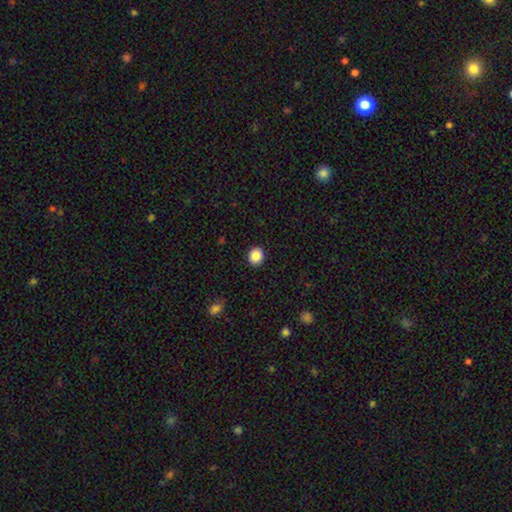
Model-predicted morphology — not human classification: Q: Smooth or featured?
A: smooth (88%); runner-up: star or artifact (9%)
Q: How rounded?
A: round (77%); runner-up: in between (22%)
Q: Merging?
A: none (91%); runner-up: minor disturbance (6%)